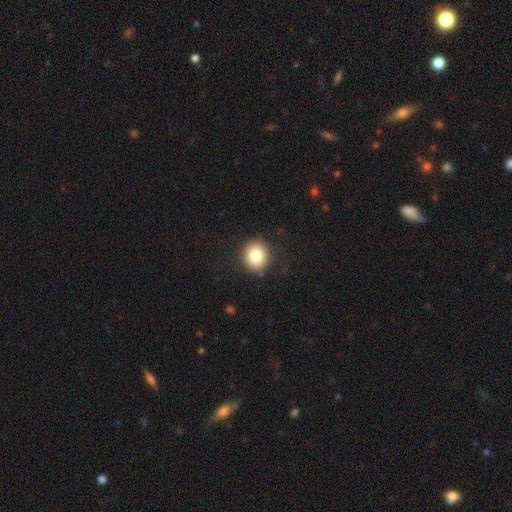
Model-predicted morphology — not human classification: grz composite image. It shows a smooth galaxy with no disk features (81%) that is round (86%). Merging: none (89%).